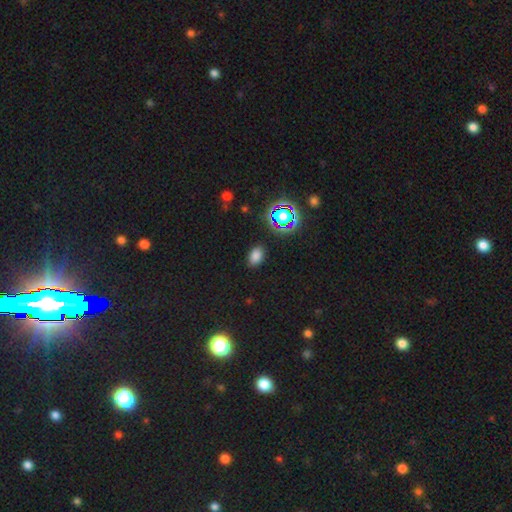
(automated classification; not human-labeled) Smooth or featured? smooth (74%)
How rounded? in between (85%)
Merging? none (86%)